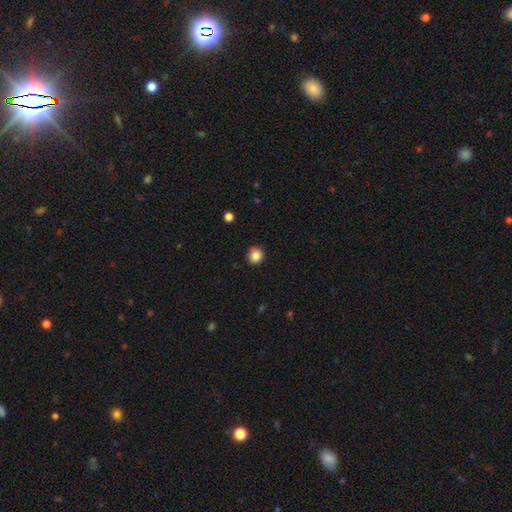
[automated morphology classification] The model was most divided on "smooth or featured": smooth: 85%, star or artifact: 10%, featured or disk: 5%. More confident: merging — none (89%); how rounded — round (89%).